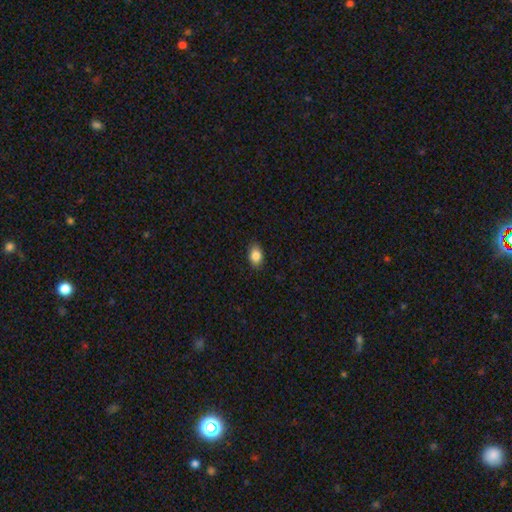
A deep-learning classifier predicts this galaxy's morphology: This is clearly a smooth galaxy (85%). How rounded: clearly in between (85%). Merging: clearly none (87%).